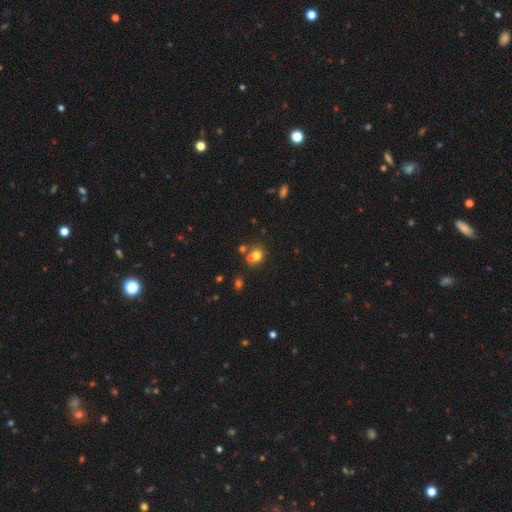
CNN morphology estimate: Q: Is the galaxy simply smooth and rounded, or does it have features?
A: smooth — 67%.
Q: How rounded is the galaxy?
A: round — 76%.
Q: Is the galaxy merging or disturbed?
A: none — 47%.